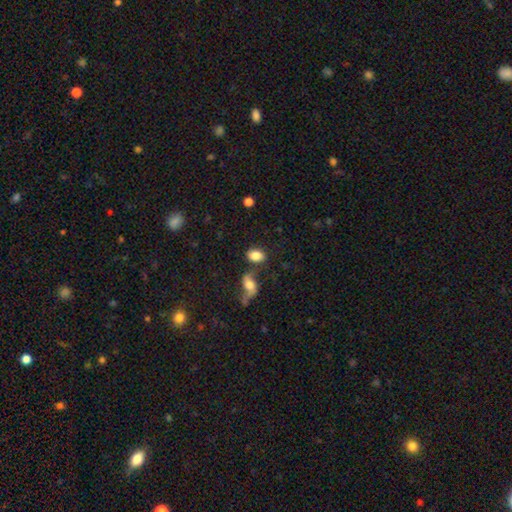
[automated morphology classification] Smooth or featured: smooth — 82% (featured or disk — 10%)
How rounded: in between — 85% (round — 14%)
Merging: none — 60% (merger — 19%)